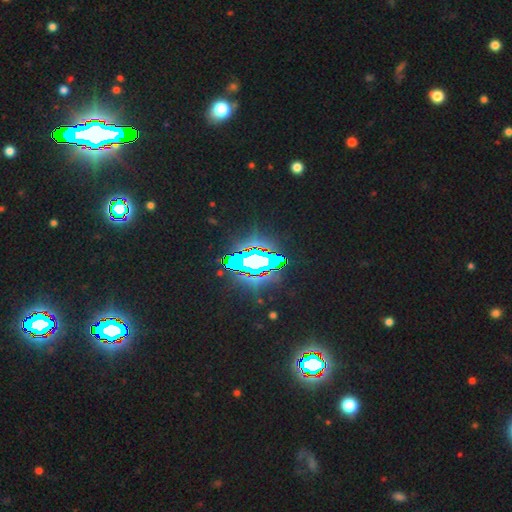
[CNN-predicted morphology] This is likely a star or artifact rather than a galaxy (72%).